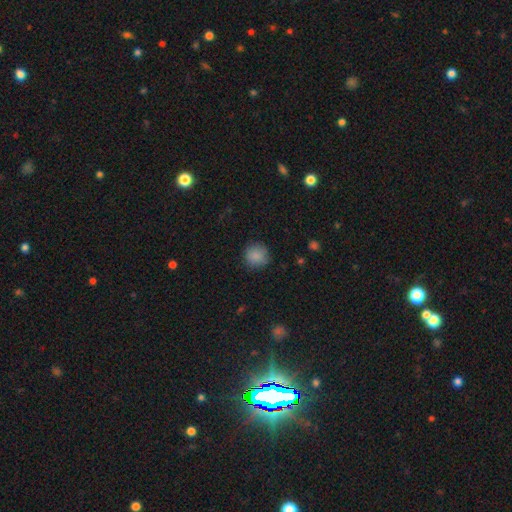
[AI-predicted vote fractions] Q: Smooth or featured?
A: smooth (87%); runner-up: star or artifact (9%)
Q: How rounded?
A: round (91%); runner-up: in between (8%)
Q: Merging?
A: none (85%); runner-up: minor disturbance (11%)